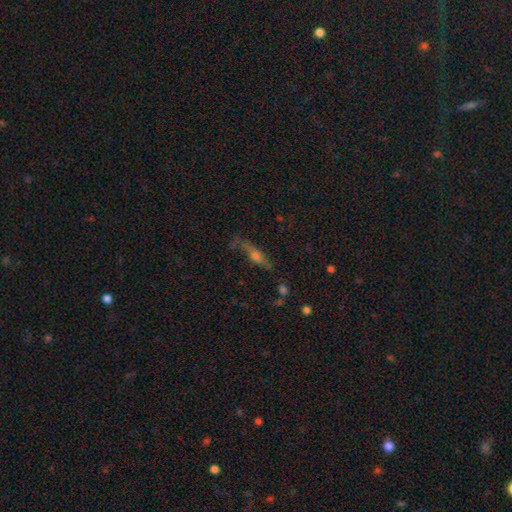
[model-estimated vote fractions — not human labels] A featured or disk galaxy (52%) viewed edge-on (84%).

Vote fractions:
- Smooth or featured? featured or disk: 52% / smooth: 35% / star or artifact: 13%
- Edge-on disk? yes: 84% / no: 16%
- Merging? none: 62% / minor disturbance: 22% / major disturbance: 11% / merger: 5%